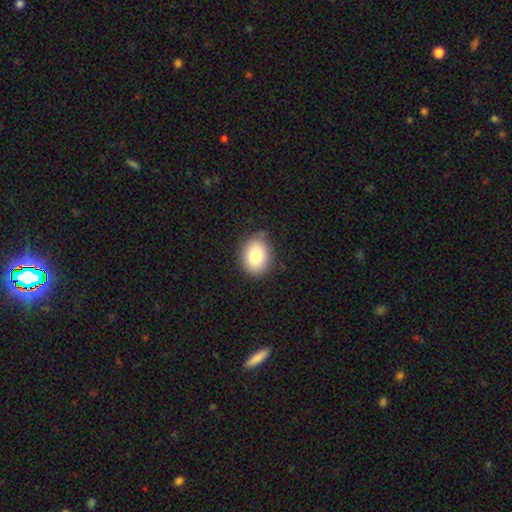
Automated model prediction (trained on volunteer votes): Smooth or featured? Predicted: smooth (p=0.83). How rounded? Predicted: in between (p=0.54). Merging? Predicted: none (p=0.80).